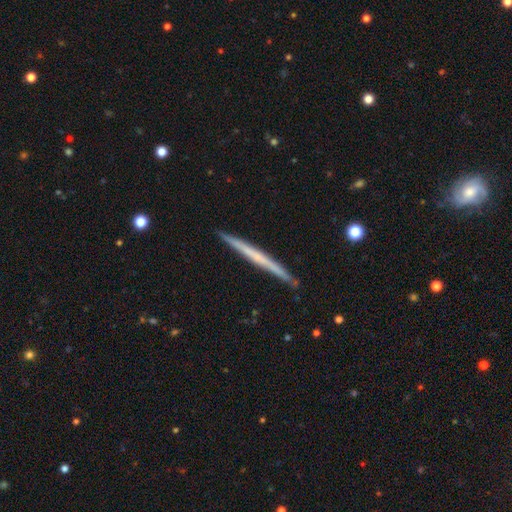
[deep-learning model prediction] Overall: featured or disk (55%; smooth 40%). Edge-on disk: yes (98%). Edge-on bulge: none (87%). Merging: none (91%).